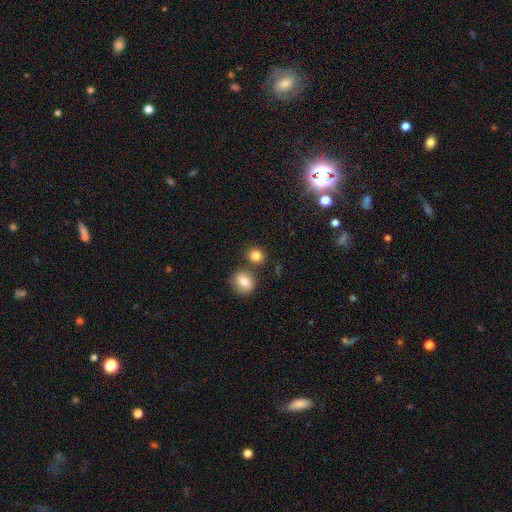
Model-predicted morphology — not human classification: A smooth galaxy with no disk features (82%) that is round (79%).

Vote fractions:
- Smooth or featured? smooth: 82% / star or artifact: 11% / featured or disk: 7%
- How rounded? round: 79% / in between: 20% / cigar-shaped: 1%
- Merging? none: 73% / merger: 16% / minor disturbance: 9% / major disturbance: 3%